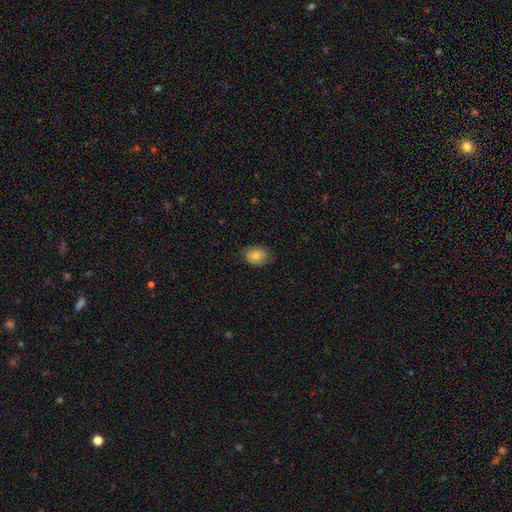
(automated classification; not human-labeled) Q: Smooth or featured?
A: smooth (83%); runner-up: featured or disk (9%)
Q: How rounded?
A: in between (52%); runner-up: round (47%)
Q: Merging?
A: none (76%); runner-up: minor disturbance (20%)